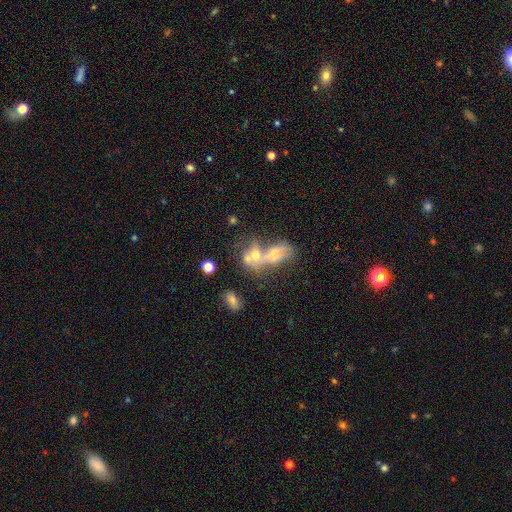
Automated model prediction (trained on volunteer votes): smooth-or-featured: smooth: 47% | featured or disk: 36% | star or artifact: 17%
  merging: merger: 68% | none: 20% | minor disturbance: 7% | major disturbance: 6%